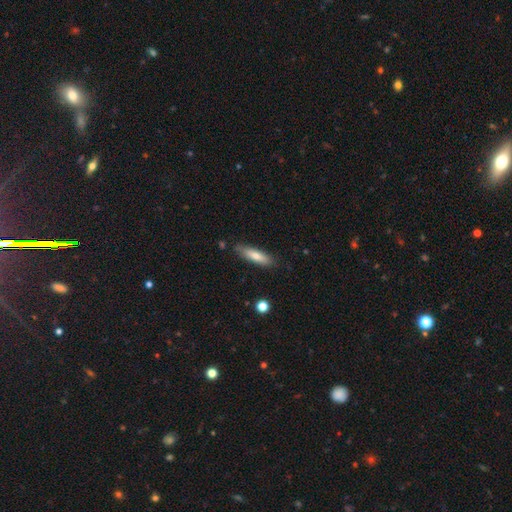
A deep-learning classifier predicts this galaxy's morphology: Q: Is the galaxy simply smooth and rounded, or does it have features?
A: smooth — 70%.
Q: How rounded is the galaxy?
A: cigar-shaped — 71%.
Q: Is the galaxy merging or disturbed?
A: none — 82%.